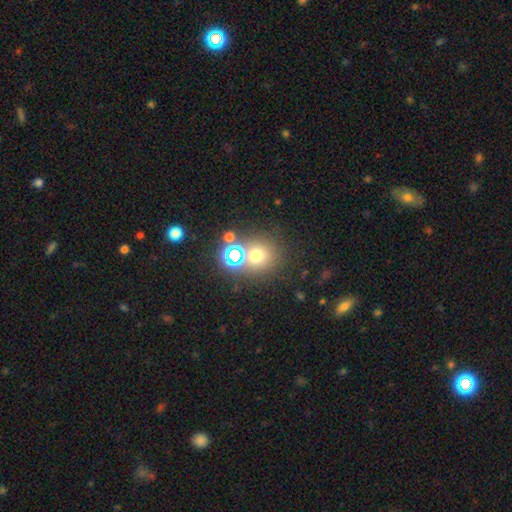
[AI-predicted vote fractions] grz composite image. It shows a smooth galaxy with no disk features (61%) that is round (87%). Merging: none (67%).